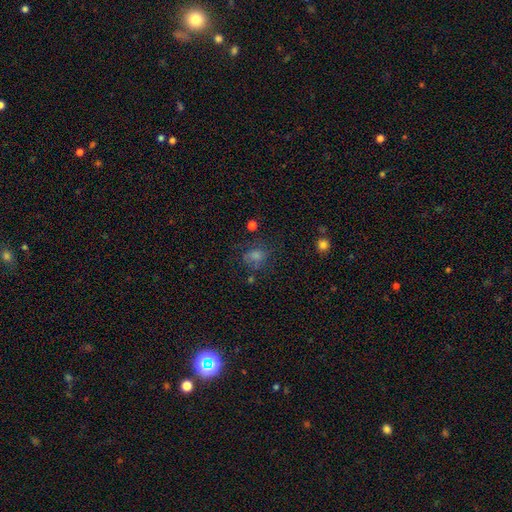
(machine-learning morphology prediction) A smooth galaxy with no disk features (46%). Merging: none (65%).